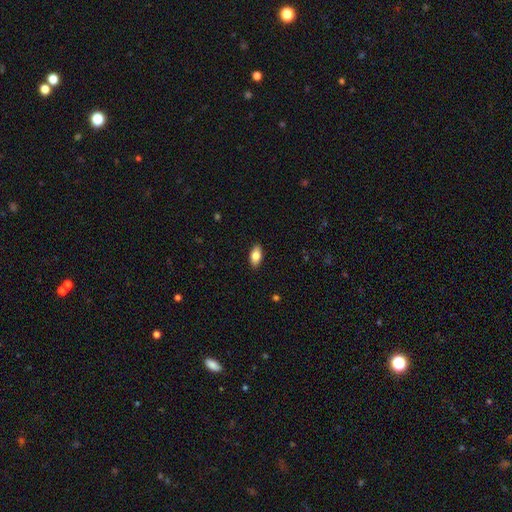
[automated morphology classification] Q: Smooth or featured?
A: smooth (82%); runner-up: featured or disk (11%)
Q: How rounded?
A: in between (91%); runner-up: cigar-shaped (6%)
Q: Merging?
A: none (90%); runner-up: minor disturbance (8%)